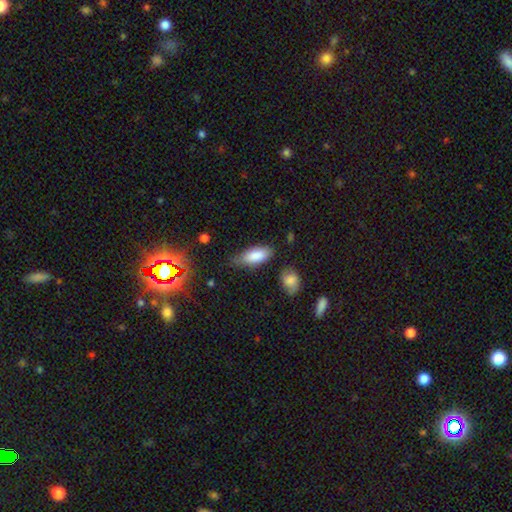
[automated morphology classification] A smooth galaxy with no disk features (84%) that is in between round and cigar-shaped (83%). Merging: none (59%).